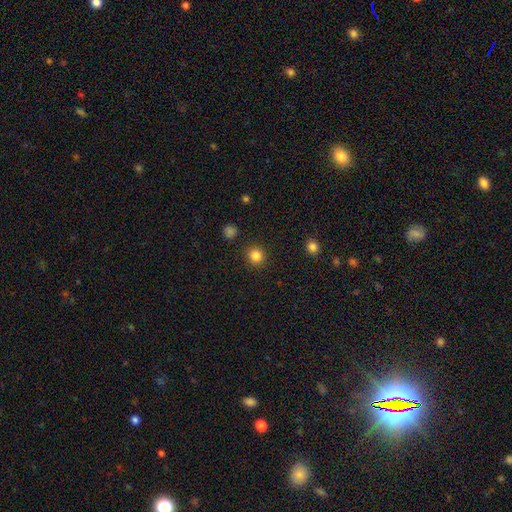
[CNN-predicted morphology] smooth_or_featured: smooth (p=0.84) [alt: star or artifact p=0.12]
how_rounded: round (p=0.93) [alt: in between p=0.06]
merging: none (p=0.91) [alt: minor disturbance p=0.05]